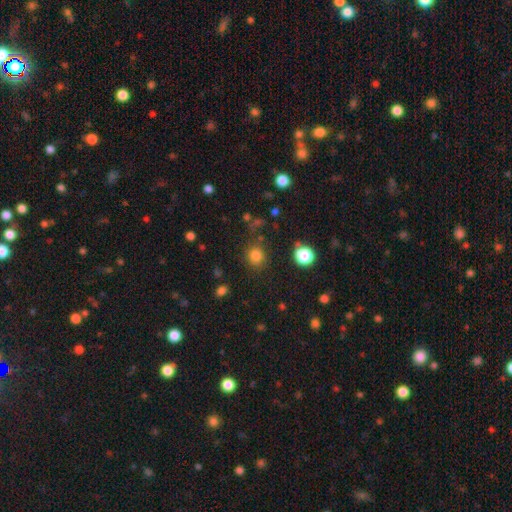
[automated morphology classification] Smooth or featured? Predicted: smooth (p=0.80). How rounded? Predicted: round (p=0.88). Merging? Predicted: none (p=0.82).